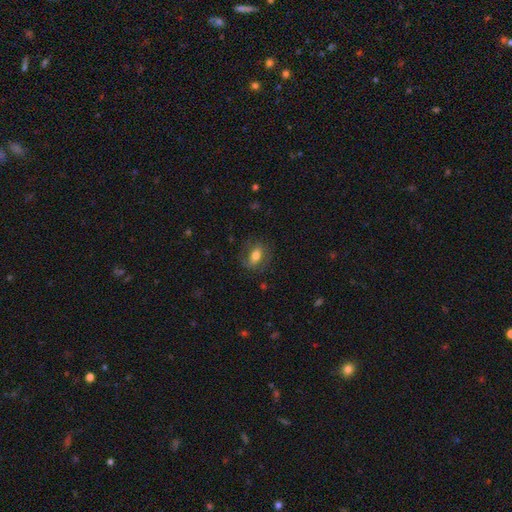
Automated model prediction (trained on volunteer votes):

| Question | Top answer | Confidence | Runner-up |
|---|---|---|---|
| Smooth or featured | smooth | 58% | featured or disk (33%) |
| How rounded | in between | 75% | round (21%) |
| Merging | none | 70% | minor disturbance (18%) |